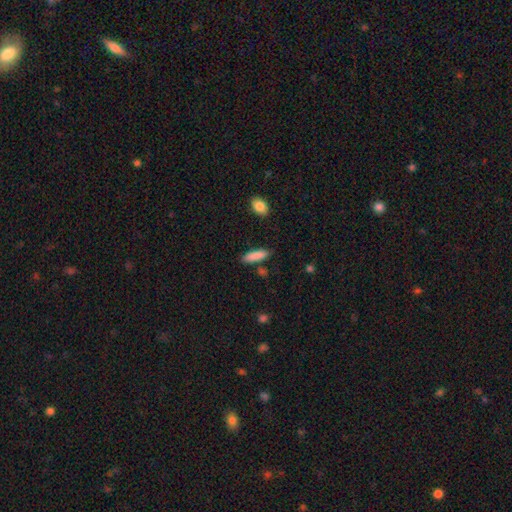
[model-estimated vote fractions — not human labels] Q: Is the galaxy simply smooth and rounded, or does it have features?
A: smooth — 87%.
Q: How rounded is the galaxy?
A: cigar-shaped — 66%.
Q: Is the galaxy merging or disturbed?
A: none — 84%.